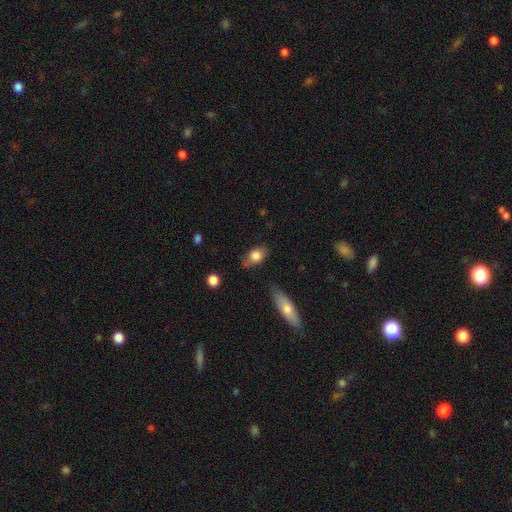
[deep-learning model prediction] This appears to be a smooth galaxy with no disk features (80%) that is in between round and cigar-shaped (77%). Merging: none (65%).